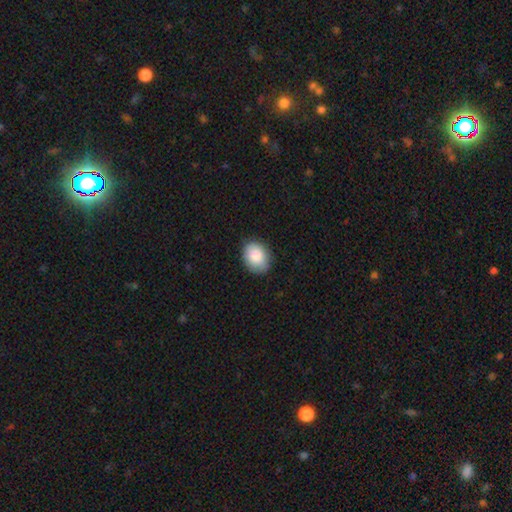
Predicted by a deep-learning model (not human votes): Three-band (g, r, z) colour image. It shows a smooth galaxy with no disk features (87%) that is in between round and cigar-shaped (65%). Merging: none (84%).